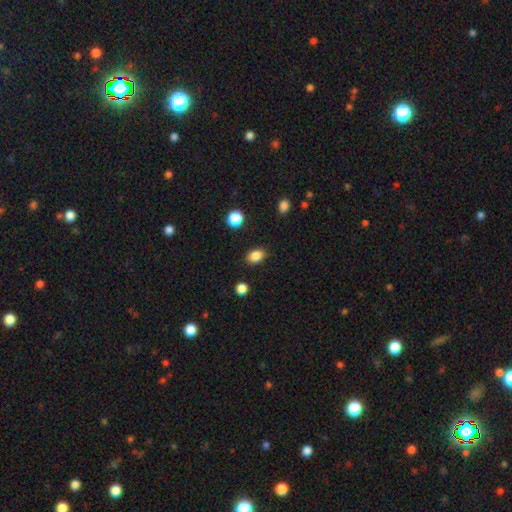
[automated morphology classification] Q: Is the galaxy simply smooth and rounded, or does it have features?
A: smooth — 86%.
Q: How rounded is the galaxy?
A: in between — 74%.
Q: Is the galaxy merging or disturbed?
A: none — 85%.